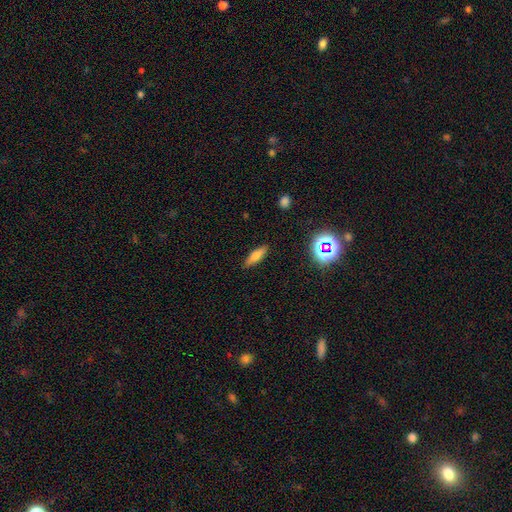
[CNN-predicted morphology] This appears to be a smooth galaxy with no disk features (66%) that is cigar-shaped (57%). Merging: none (86%).